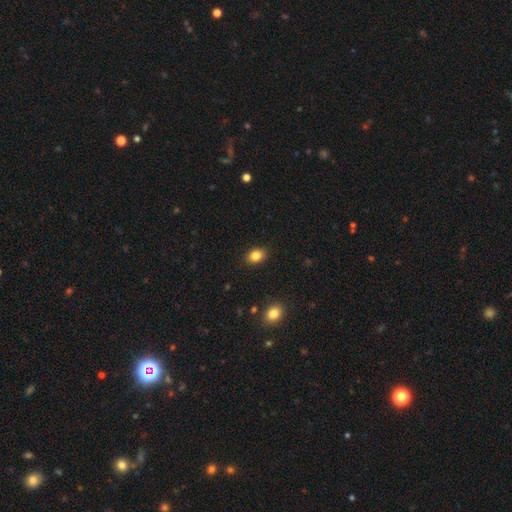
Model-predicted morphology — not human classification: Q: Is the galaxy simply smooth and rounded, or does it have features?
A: smooth — 84%.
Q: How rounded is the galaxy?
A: in between — 75%.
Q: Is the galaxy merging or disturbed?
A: none — 89%.